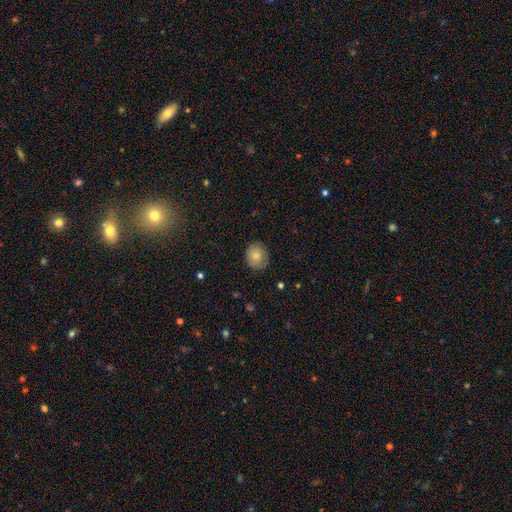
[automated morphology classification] Overall: smooth (80%). How rounded: round (68%; in between 31%). Merging: none (80%).